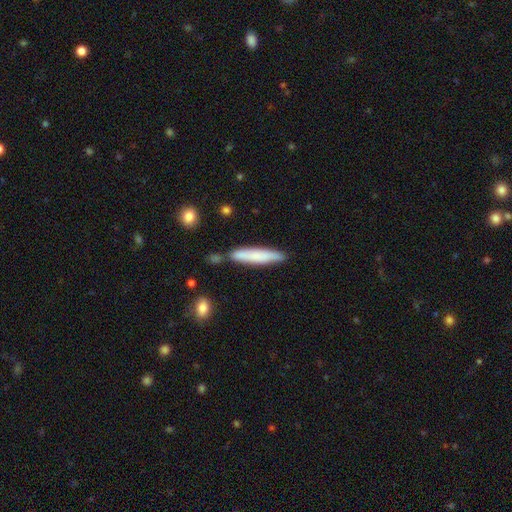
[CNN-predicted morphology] smooth 73%, featured or disk 21%, star or artifact 6%. Down the decision tree: how rounded — cigar-shaped (90%); merging — none (80%).